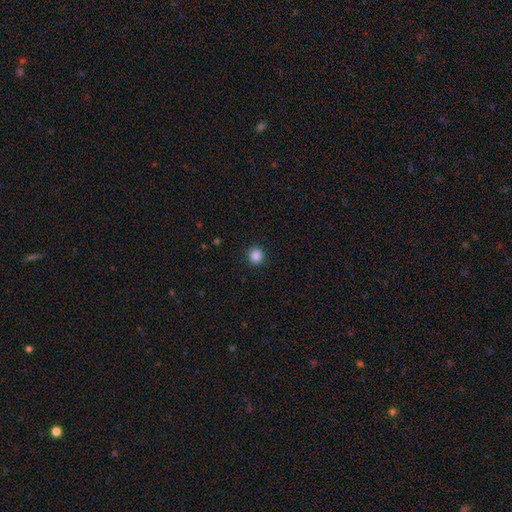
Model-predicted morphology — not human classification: type=smooth (87%); roundness=round (93%); merging=none (92%).